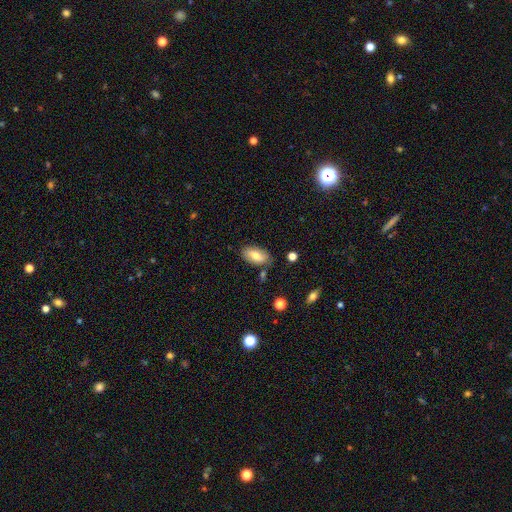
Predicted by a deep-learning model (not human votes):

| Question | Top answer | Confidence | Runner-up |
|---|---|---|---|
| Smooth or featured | smooth | 74% | featured or disk (19%) |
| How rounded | in between | 93% | cigar-shaped (4%) |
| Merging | none | 78% | minor disturbance (15%) |